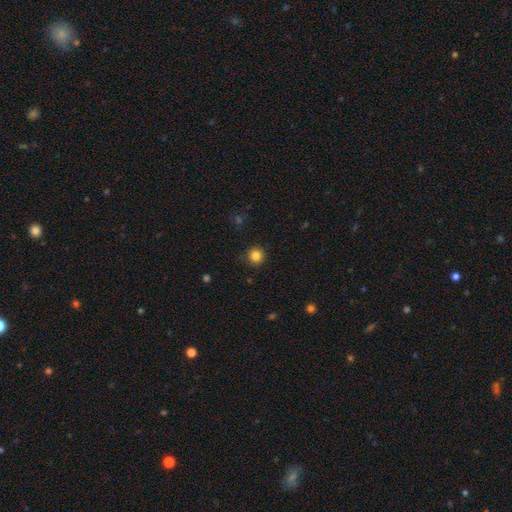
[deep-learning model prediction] Smooth or featured? smooth (83%)
How rounded? round (95%)
Merging? none (90%)